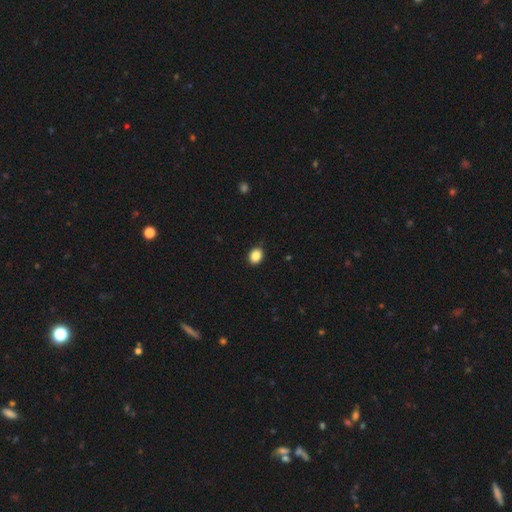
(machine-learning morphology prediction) Overall: smooth (88%). How rounded: in between (59%; round 40%). Merging: none (88%).